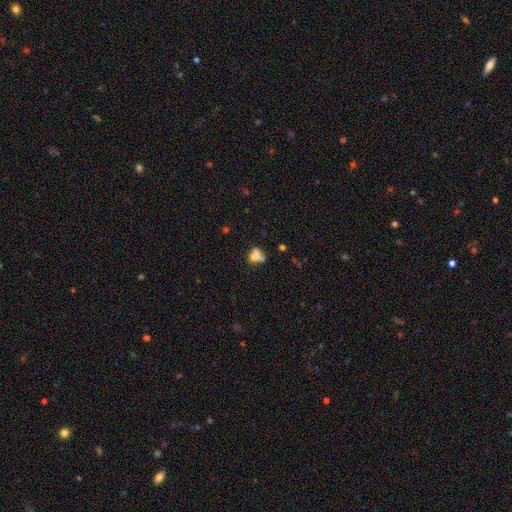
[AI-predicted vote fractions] A smooth galaxy with no disk features (64%) that is in between round and cigar-shaped (62%). Merging: merger (35%).